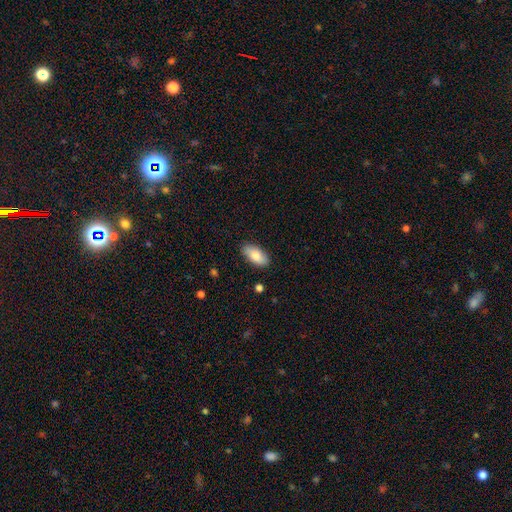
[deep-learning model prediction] Smooth or featured: smooth — 82% (featured or disk — 12%)
How rounded: in between — 92% (cigar-shaped — 6%)
Merging: none — 86% (minor disturbance — 11%)